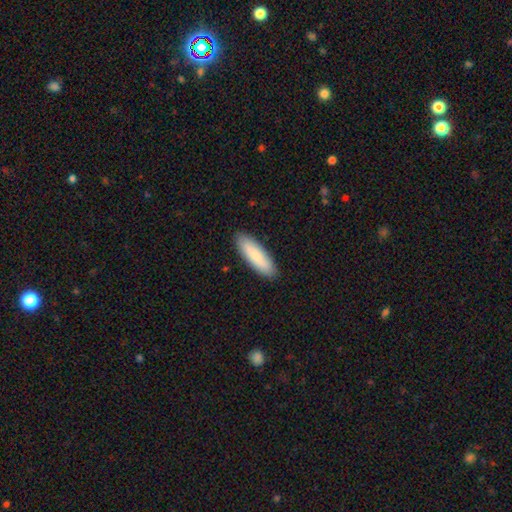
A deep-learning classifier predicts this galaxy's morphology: smooth_or_featured: smooth (p=0.86) [alt: featured or disk p=0.09]
how_rounded: cigar-shaped (p=0.58) [alt: in between p=0.41]
merging: none (p=0.90) [alt: minor disturbance p=0.07]